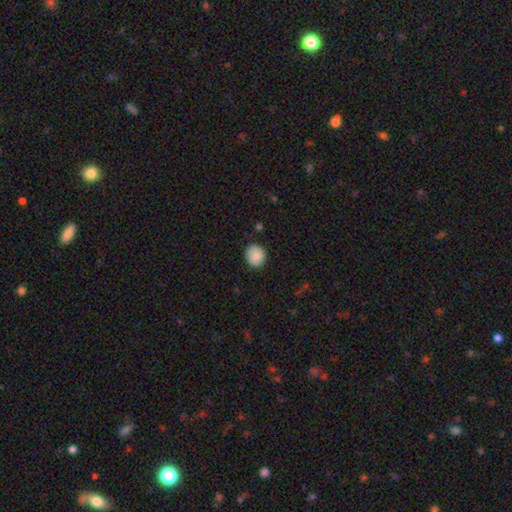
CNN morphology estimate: smooth 88%, star or artifact 8%, featured or disk 5%. Down the decision tree: how rounded — round (74%); merging — none (83%).